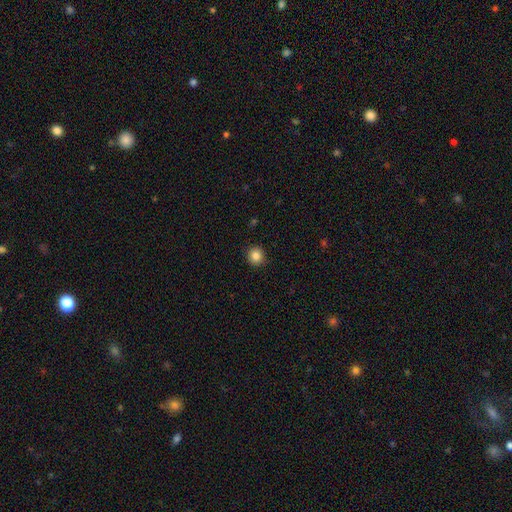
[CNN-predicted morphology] A smooth galaxy with no disk features (85%) that is round (92%).

Vote fractions:
- Smooth or featured? smooth: 85% / star or artifact: 10% / featured or disk: 4%
- How rounded? round: 92% / in between: 7% / cigar-shaped: 1%
- Merging? none: 89% / minor disturbance: 8% / major disturbance: 2% / merger: 1%